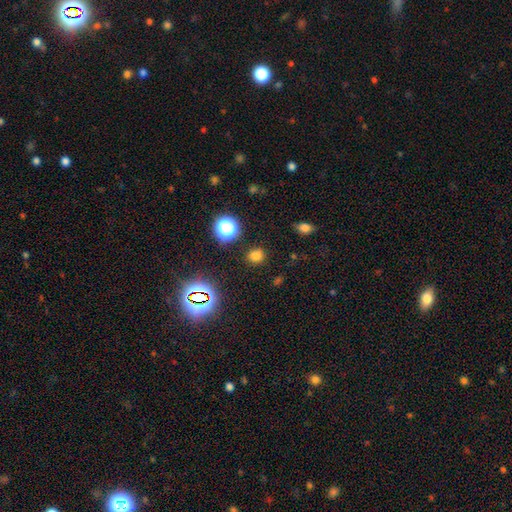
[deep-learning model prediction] Smooth or featured?
  - smooth: 73% *
  - star or artifact: 22%
  - featured or disk: 5%
How rounded?
  - round: 79% *
  - in between: 19%
  - cigar-shaped: 1%
Merging?
  - none: 86% *
  - minor disturbance: 8%
  - major disturbance: 3%
  - merger: 2%